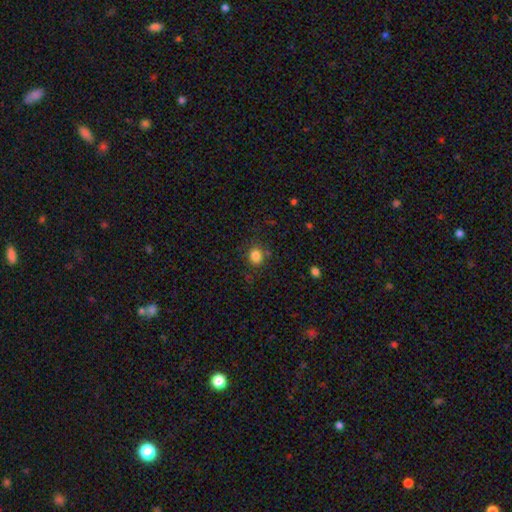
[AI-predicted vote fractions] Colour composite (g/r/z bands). It shows a smooth galaxy with no disk features (83%) that is round (76%). Merging: none (80%).